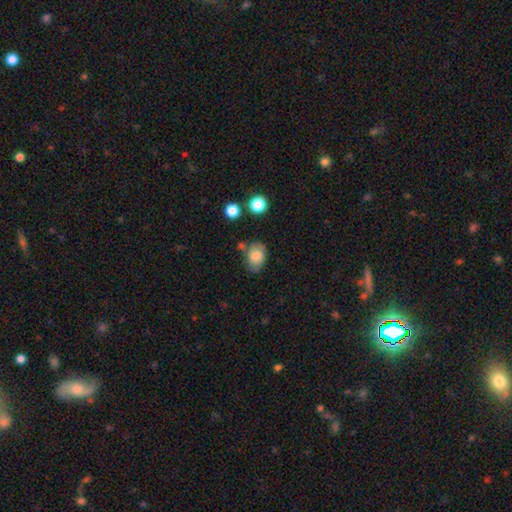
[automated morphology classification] A smooth galaxy with no disk features (76%) that is in between round and cigar-shaped (72%).

Vote fractions:
- Smooth or featured? smooth: 76% / featured or disk: 16% / star or artifact: 9%
- How rounded? in between: 72% / round: 26% / cigar-shaped: 1%
- Merging? none: 60% / minor disturbance: 25% / merger: 8% / major disturbance: 7%